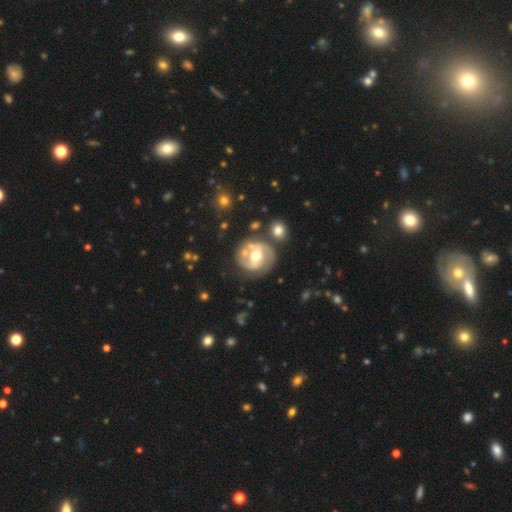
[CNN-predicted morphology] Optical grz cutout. It shows a featured or disk galaxy (68%) with a weak bar (40%), spiral arms (67%) and a moderate central bulge (71%). Merging: none (66%).